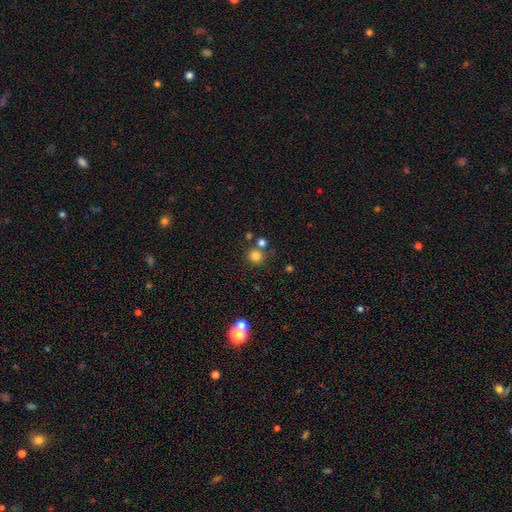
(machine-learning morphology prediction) Smooth or featured?
  - smooth: 79% *
  - star or artifact: 15%
  - featured or disk: 7%
How rounded?
  - round: 92% *
  - in between: 7%
  - cigar-shaped: 1%
Merging?
  - none: 71% *
  - merger: 17%
  - minor disturbance: 8%
  - major disturbance: 3%